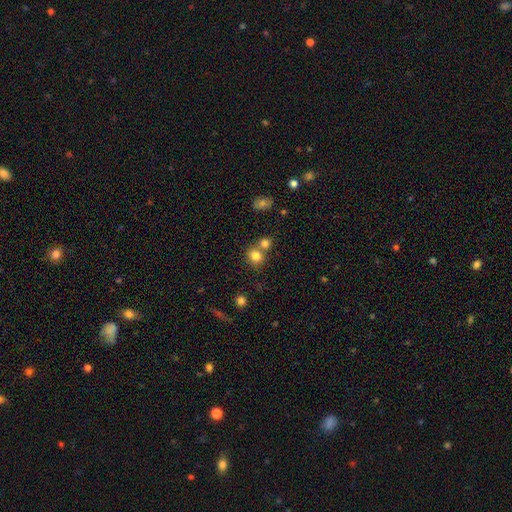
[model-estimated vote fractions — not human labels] Smooth or featured: smooth — 81% (star or artifact — 12%)
How rounded: round — 78% (in between — 21%)
Merging: none — 55% (merger — 34%)